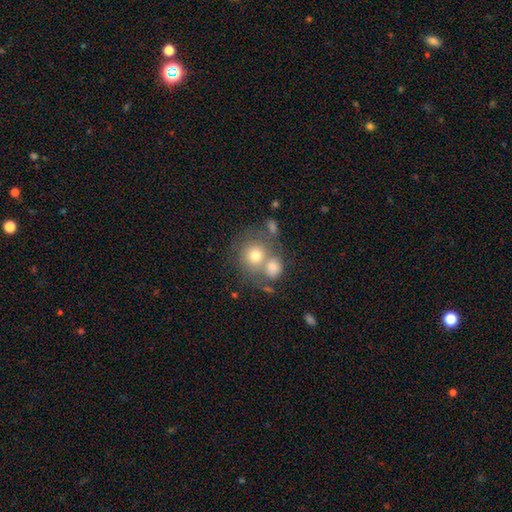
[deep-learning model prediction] The model was most divided on "merging": merger: 45%, none: 41%, minor disturbance: 9%, major disturbance: 5%. More confident: how rounded — round (83%); smooth or featured — smooth (69%).